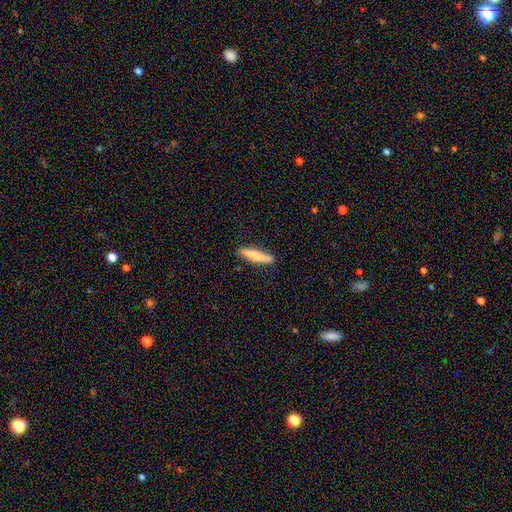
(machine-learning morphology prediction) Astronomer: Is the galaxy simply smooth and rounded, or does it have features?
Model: smooth — 78%.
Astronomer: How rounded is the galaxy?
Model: cigar-shaped — 87%.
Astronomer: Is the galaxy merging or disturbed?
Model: none — 86%.